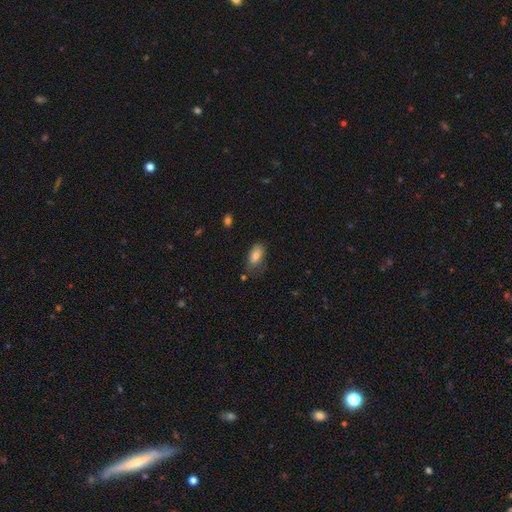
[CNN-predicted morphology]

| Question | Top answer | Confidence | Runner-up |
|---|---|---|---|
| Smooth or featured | smooth | 79% | featured or disk (13%) |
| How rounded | in between | 91% | round (5%) |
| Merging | none | 61% | minor disturbance (28%) |